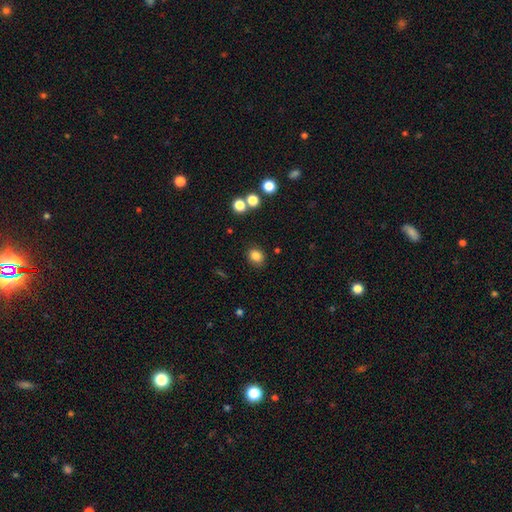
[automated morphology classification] type=smooth (83%); roundness=round (64%); merging=none (84%).